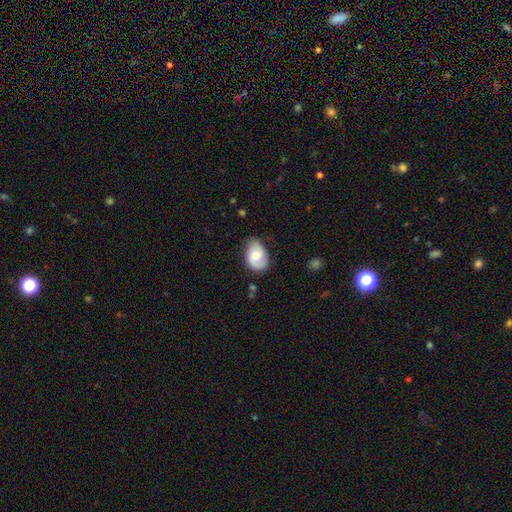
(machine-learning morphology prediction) The model was most divided on "smooth or featured": featured or disk: 52%, smooth: 41%, star or artifact: 7%. More confident: edge-on disk — no (96%); spiral arms — yes (87%); merging — none (66%); bulge size — moderate (64%); bar — no (61%).